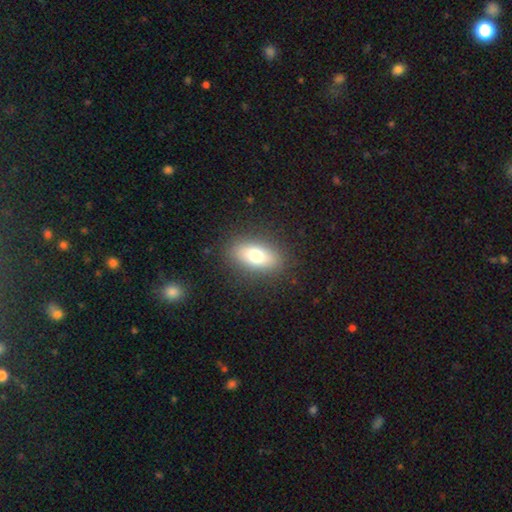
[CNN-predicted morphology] Smooth or featured? Predicted: smooth (p=0.74). How rounded? Predicted: in between (p=0.83). Merging? Predicted: none (p=0.86).